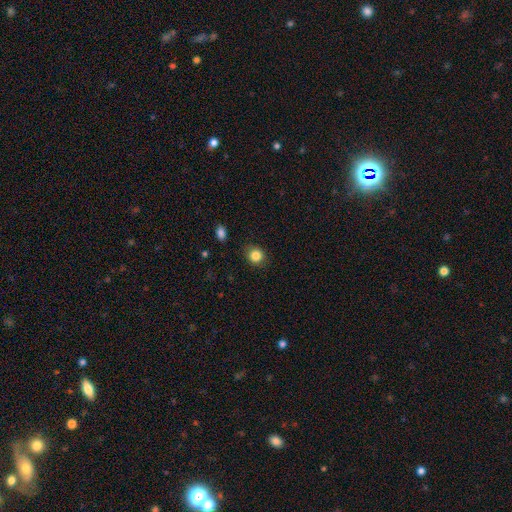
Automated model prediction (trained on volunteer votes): Smooth or featured: smooth — 85% (star or artifact — 11%)
How rounded: round — 82% (in between — 17%)
Merging: none — 87% (minor disturbance — 9%)